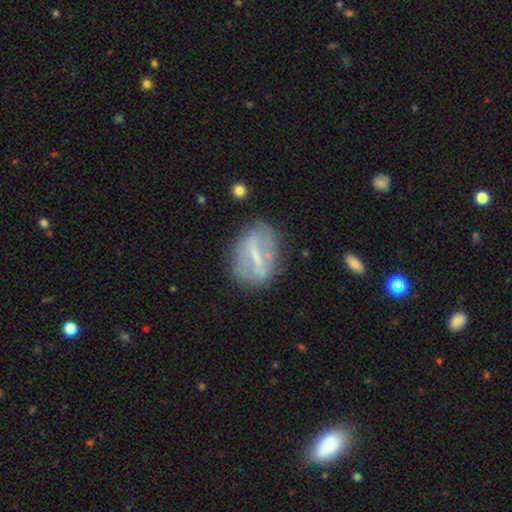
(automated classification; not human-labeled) A featured or disk galaxy (62%) with a strong bar (57%), no spiral arms (69%) and a small central bulge (42%).

Vote fractions:
- Smooth or featured? featured or disk: 62% / smooth: 29% / star or artifact: 8%
- Edge-on disk? no: 90% / yes: 10%
- Bar? strong: 57% / weak: 30% / no: 12%
- Spiral arms? no: 69% / yes: 31%
- Bulge size? small: 42% / none: 31% / moderate: 23% / large: 3% / dominant: 1%
- Merging? none: 67% / minor disturbance: 20% / major disturbance: 10% / merger: 4%